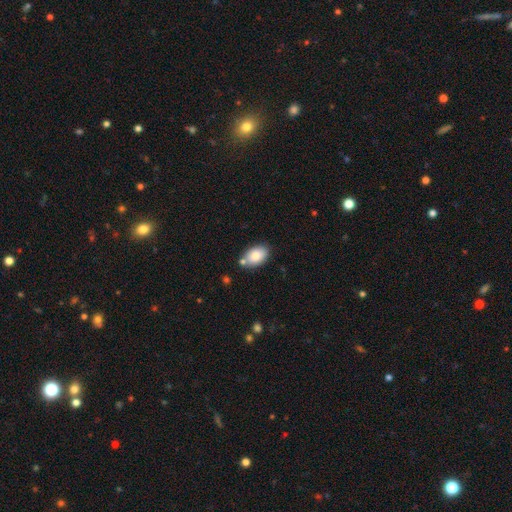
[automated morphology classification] Overall: smooth (83%). How rounded: in between (89%). Merging: none (72%).